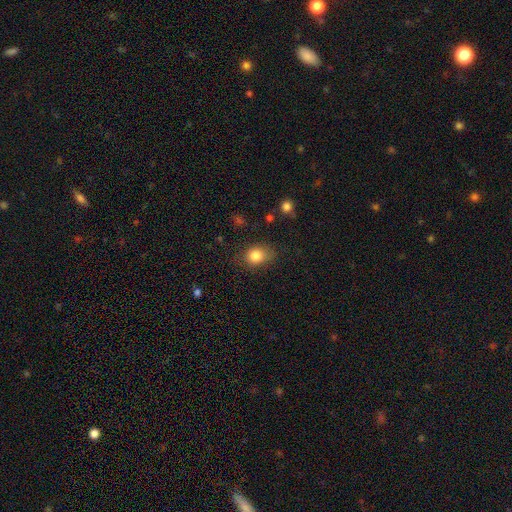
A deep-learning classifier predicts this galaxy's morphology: This appears to be a smooth galaxy with no disk features (83%) that is in between round and cigar-shaped (56%). Merging: none (71%).